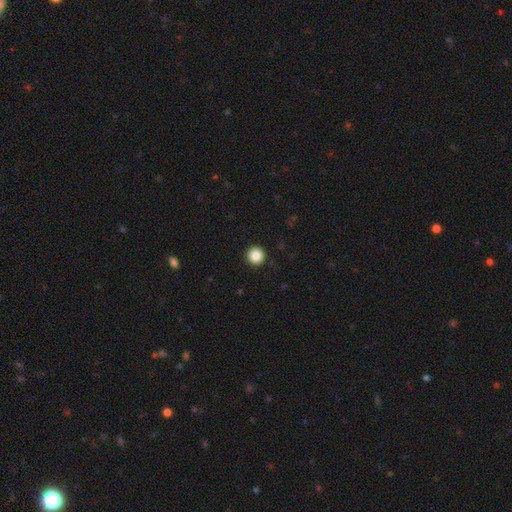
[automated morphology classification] smooth-or-featured: smooth: 86% | star or artifact: 10% | featured or disk: 4%
  how-rounded: round: 95% | in between: 4% | cigar-shaped: 1%
  merging: none: 93% | minor disturbance: 5% | major disturbance: 2% | merger: 1%